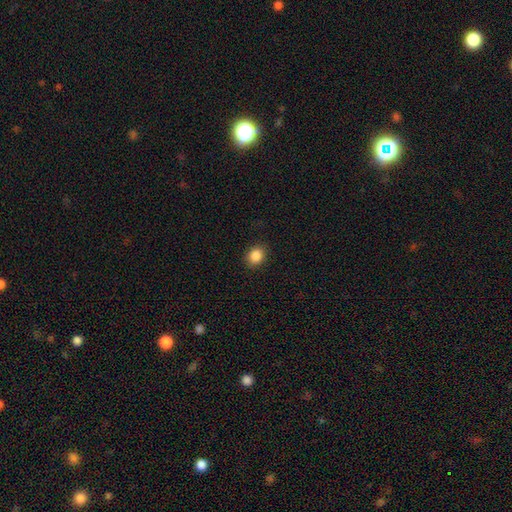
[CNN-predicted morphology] The model was most divided on "how rounded": round: 59%, in between: 40%, cigar-shaped: 1%. More confident: merging — none (90%); smooth or featured — smooth (87%).